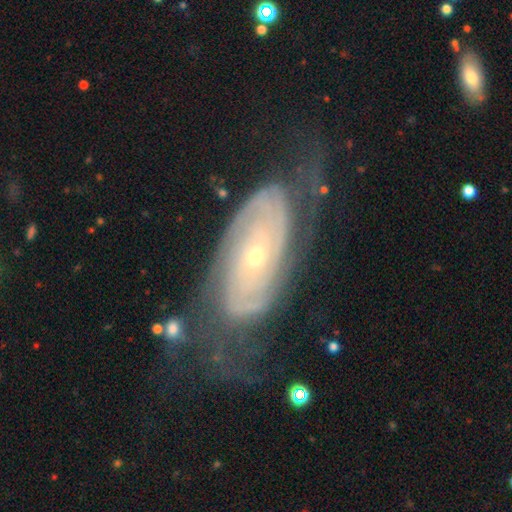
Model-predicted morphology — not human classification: Smooth or featured?
  - featured or disk: 86% *
  - smooth: 8%
  - star or artifact: 6%
Edge-on disk?
  - no: 93% *
  - yes: 7%
Bar?
  - no: 73% *
  - weak: 20%
  - strong: 8%
Spiral arms?
  - yes: 94% *
  - no: 6%
Spiral winding?
  - tight: 74% *
  - medium: 20%
  - loose: 5%
Spiral arm count?
  - 2: 44% *
  - can't tell: 33%
  - 3: 9%
  - 4: 6%
  - more than 4: 4%
  - 1: 4%
Bulge size?
  - small: 68% *
  - moderate: 29%
  - large: 1%
  - none: 1%
  - dominant: 1%
Merging?
  - none: 66% *
  - minor disturbance: 19%
  - major disturbance: 13%
  - merger: 2%